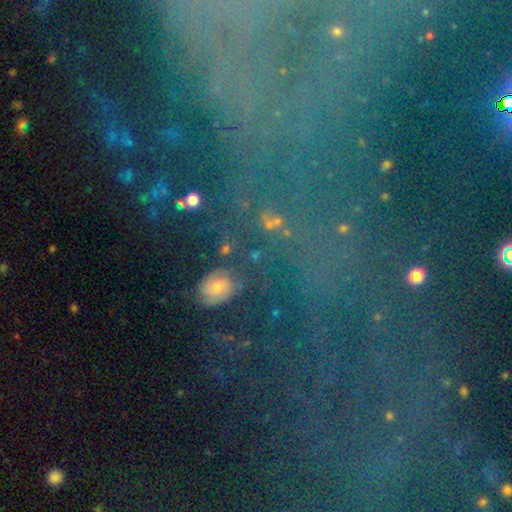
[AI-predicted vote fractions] A smooth galaxy with no disk features (42%).

Vote fractions:
- Smooth or featured? smooth: 42% / star or artifact: 37% / featured or disk: 21%
- Merging? none: 68% / minor disturbance: 15% / major disturbance: 11% / merger: 7%